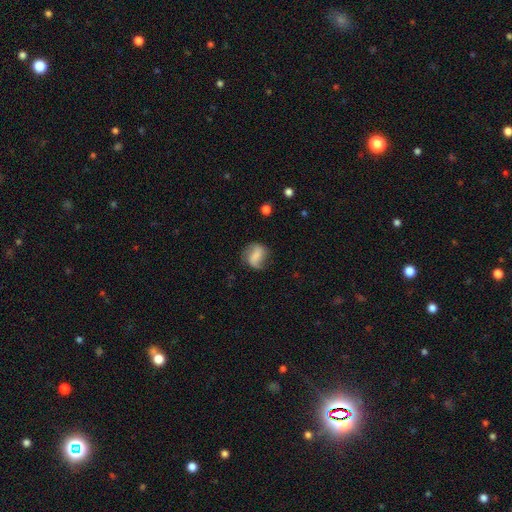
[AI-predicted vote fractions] This appears to be a smooth galaxy with no disk features (51%) that is in between round and cigar-shaped (52%). Merging: none (59%).